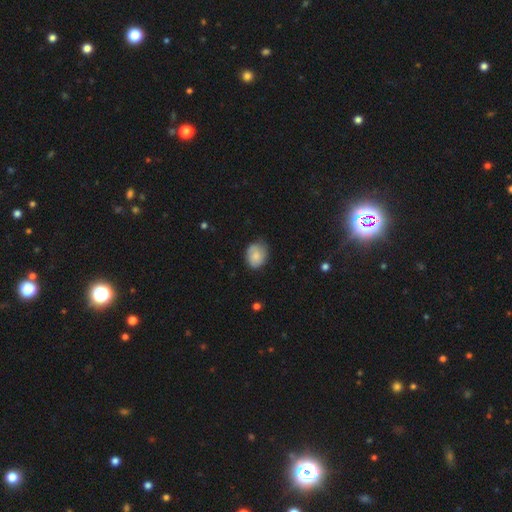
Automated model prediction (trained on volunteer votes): Smooth or featured?
  - smooth: 80% *
  - featured or disk: 13%
  - star or artifact: 7%
How rounded?
  - round: 54% *
  - in between: 46%
  - cigar-shaped: 1%
Merging?
  - none: 71% *
  - minor disturbance: 24%
  - major disturbance: 4%
  - merger: 1%